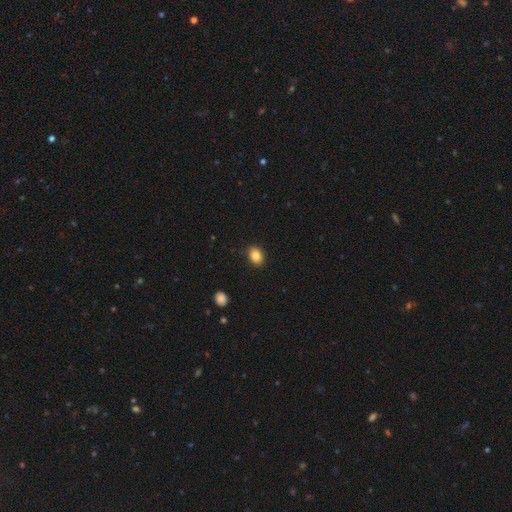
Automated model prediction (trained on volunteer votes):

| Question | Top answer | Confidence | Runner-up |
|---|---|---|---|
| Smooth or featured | smooth | 84% | star or artifact (9%) |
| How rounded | in between | 68% | round (31%) |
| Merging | none | 88% | minor disturbance (9%) |